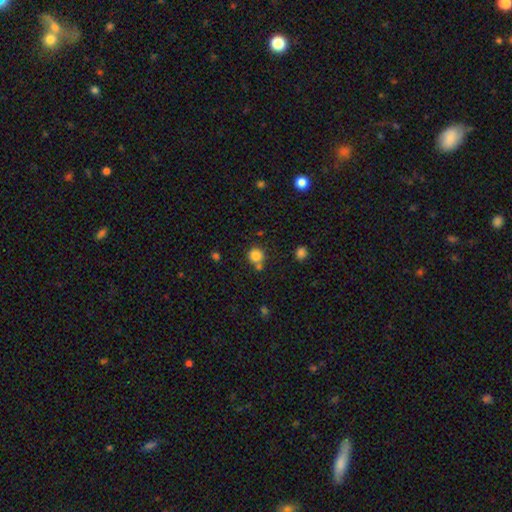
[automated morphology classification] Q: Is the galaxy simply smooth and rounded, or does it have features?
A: smooth — 82%.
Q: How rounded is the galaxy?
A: round — 91%.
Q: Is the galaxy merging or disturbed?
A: none — 67%.